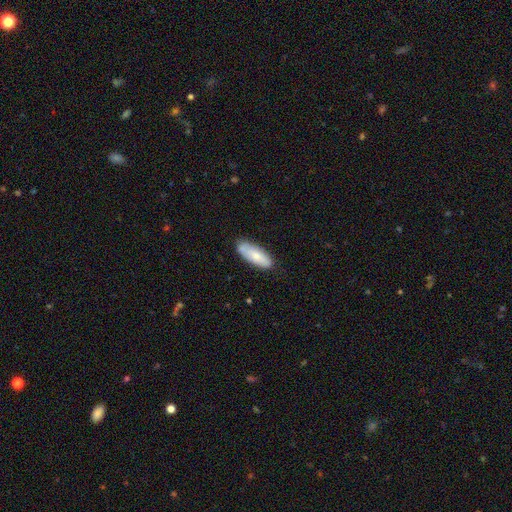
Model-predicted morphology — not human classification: Overall: smooth (73%). How rounded: in between (66%; cigar-shaped 32%). Merging: none (78%).